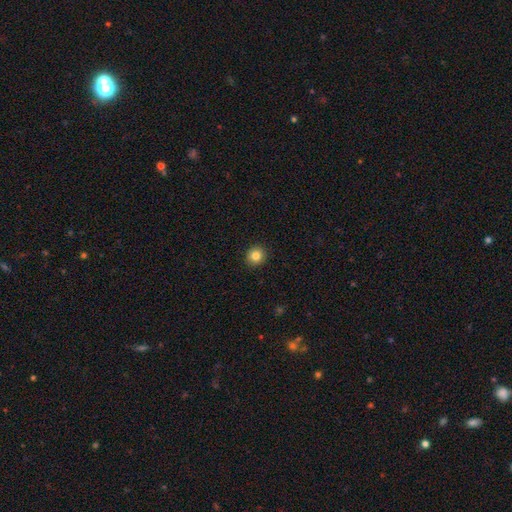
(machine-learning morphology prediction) Smooth or featured: smooth — 84% (star or artifact — 11%)
How rounded: round — 92% (in between — 7%)
Merging: none — 93% (minor disturbance — 5%)